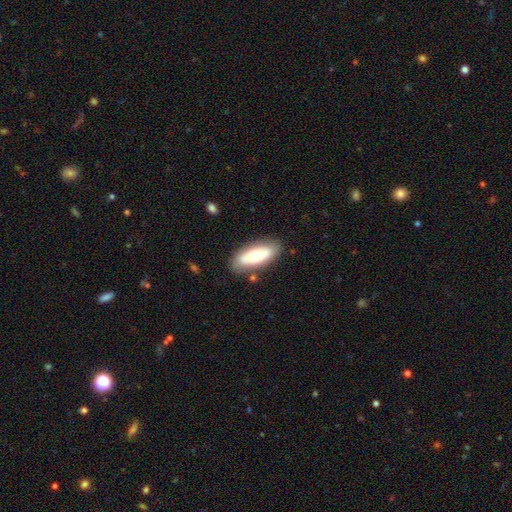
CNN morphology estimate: smooth_or_featured: smooth (p=0.61) [alt: featured or disk p=0.33]
how_rounded: in between (p=0.80) [alt: cigar-shaped p=0.18]
merging: none (p=0.81) [alt: minor disturbance p=0.12]